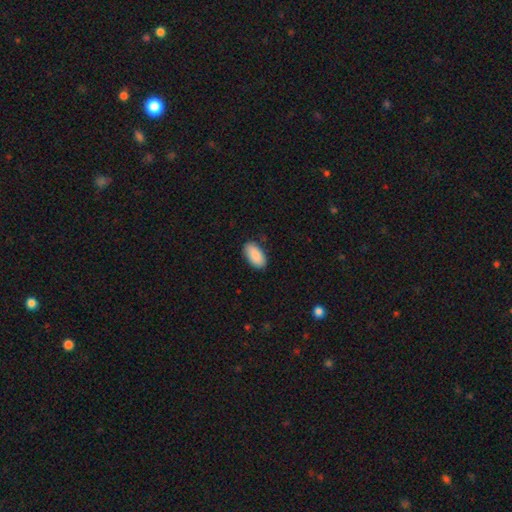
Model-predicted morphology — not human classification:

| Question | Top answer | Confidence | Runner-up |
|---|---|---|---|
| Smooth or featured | smooth | 88% | star or artifact (6%) |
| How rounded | in between | 94% | cigar-shaped (3%) |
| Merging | none | 86% | minor disturbance (11%) |